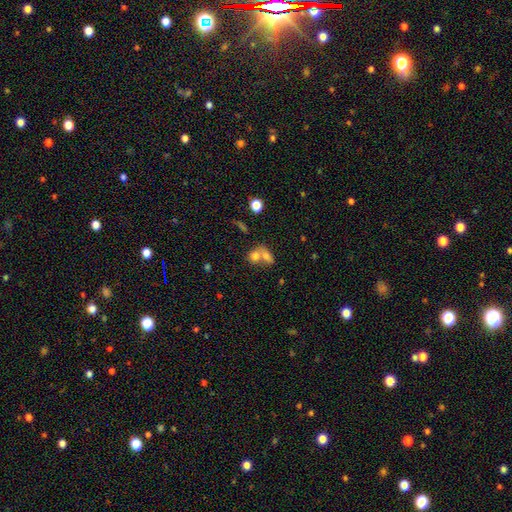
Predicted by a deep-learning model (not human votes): A smooth galaxy with no disk features (75%) that is in between round and cigar-shaped (53%).

Vote fractions:
- Smooth or featured? smooth: 75% / featured or disk: 14% / star or artifact: 11%
- How rounded? in between: 53% / round: 45% / cigar-shaped: 3%
- Merging? merger: 62% / none: 27% / minor disturbance: 7% / major disturbance: 4%